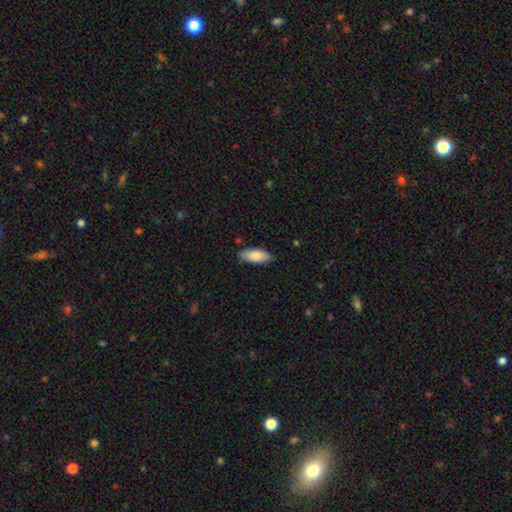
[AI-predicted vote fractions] The model was most divided on "how rounded": in between: 81%, cigar-shaped: 17%, round: 2%. More confident: merging — none (85%); smooth or featured — smooth (83%).